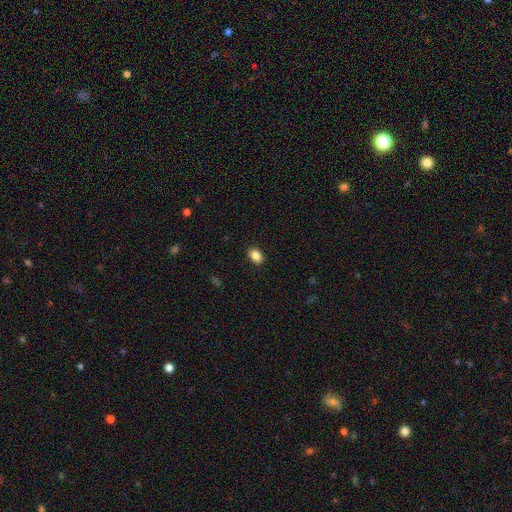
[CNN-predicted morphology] Smooth or featured: smooth — 87% (star or artifact — 9%)
How rounded: in between — 78% (round — 21%)
Merging: none — 90% (minor disturbance — 7%)